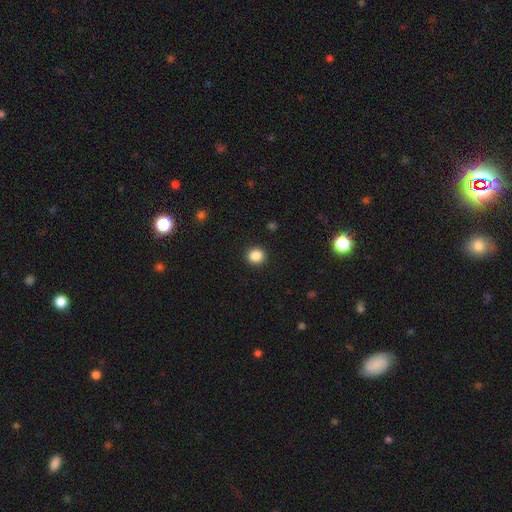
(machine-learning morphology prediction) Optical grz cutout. It shows a smooth galaxy with no disk features (86%) that is round (86%). Merging: none (92%).